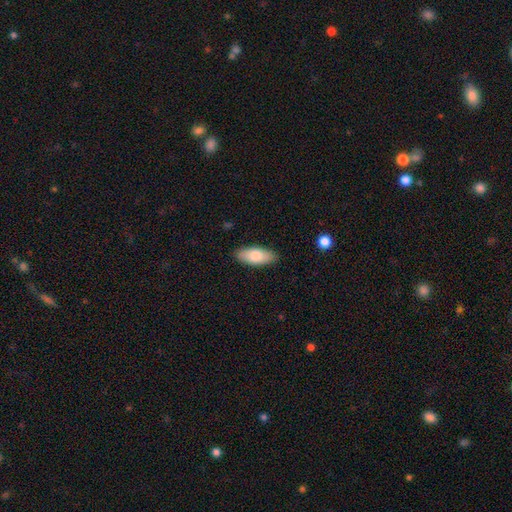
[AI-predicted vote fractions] Smooth or featured? smooth (81%)
How rounded? in between (84%)
Merging? none (88%)